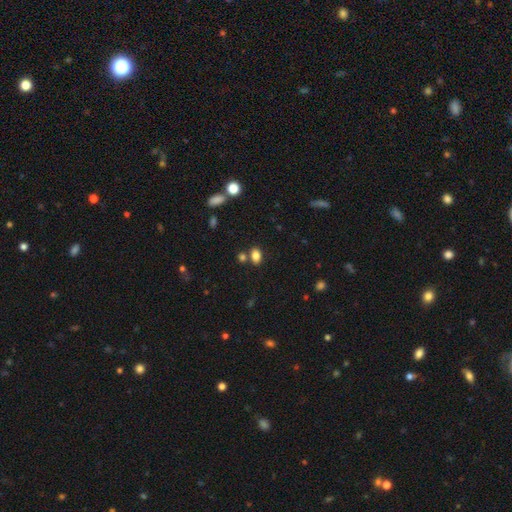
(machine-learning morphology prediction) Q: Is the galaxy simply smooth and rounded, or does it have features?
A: smooth — 83%.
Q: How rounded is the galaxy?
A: in between — 83%.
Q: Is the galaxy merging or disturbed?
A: none — 69%.